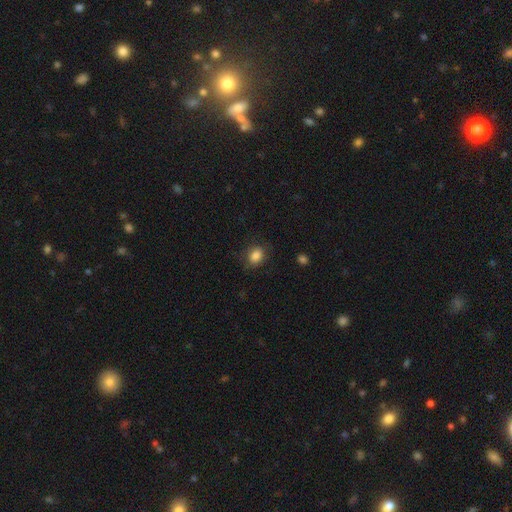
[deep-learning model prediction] Smooth or featured: smooth — 84% (star or artifact — 9%)
How rounded: in between — 50% (round — 49%)
Merging: none — 79% (minor disturbance — 15%)